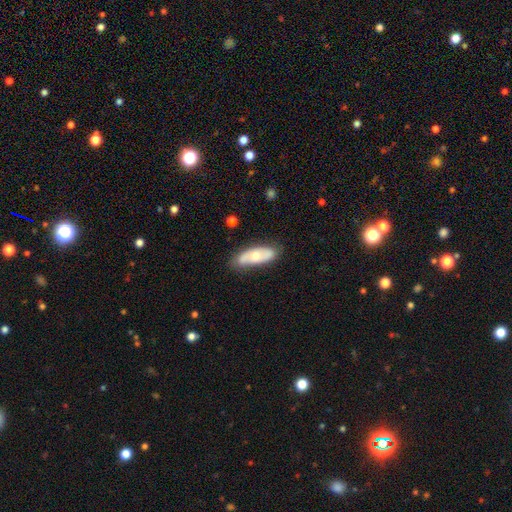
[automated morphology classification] This appears to be a smooth galaxy with no disk features (50%) that is in between round and cigar-shaped (73%). Merging: none (78%).